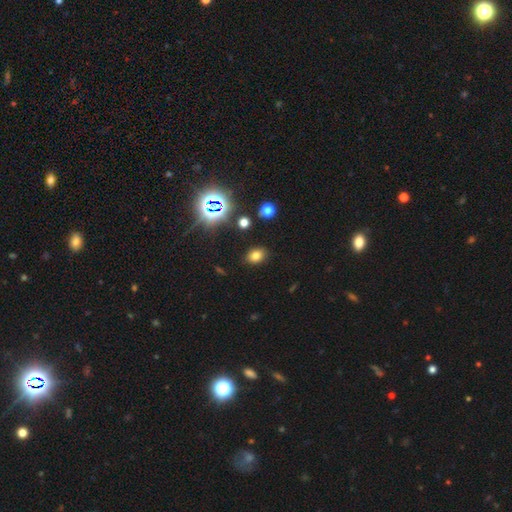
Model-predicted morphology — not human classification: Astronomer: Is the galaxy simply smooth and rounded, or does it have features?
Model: smooth — 73%.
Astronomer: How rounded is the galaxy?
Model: in between — 64%.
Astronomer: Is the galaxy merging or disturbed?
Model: none — 86%.